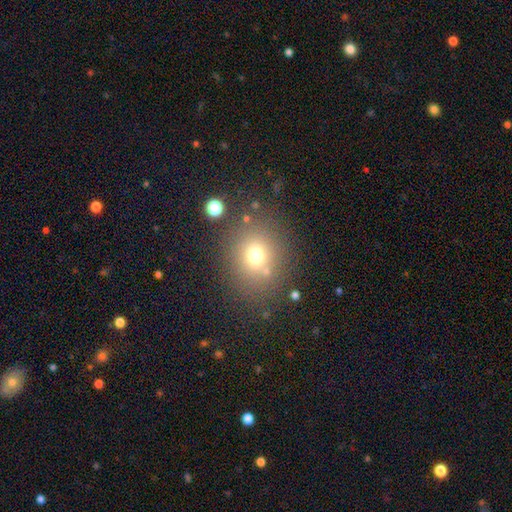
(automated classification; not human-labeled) smooth_or_featured: smooth (p=0.69) [alt: star or artifact p=0.18]
how_rounded: round (p=0.71) [alt: in between p=0.29]
merging: none (p=0.78) [alt: minor disturbance p=0.11]